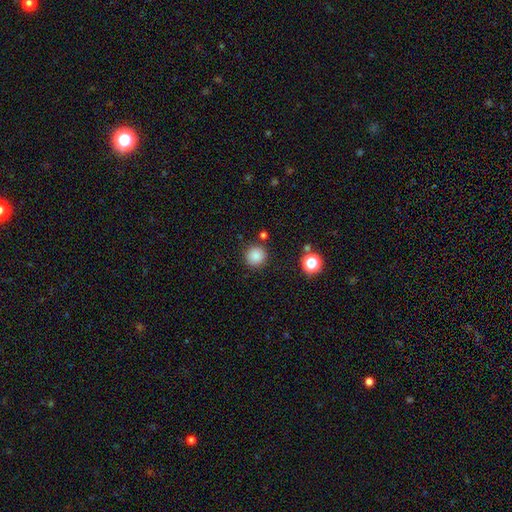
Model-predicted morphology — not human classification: Smooth or featured?
  - smooth: 85% *
  - star or artifact: 11%
  - featured or disk: 4%
How rounded?
  - round: 93% *
  - in between: 6%
  - cigar-shaped: 1%
Merging?
  - none: 87% *
  - minor disturbance: 7%
  - merger: 3%
  - major disturbance: 3%